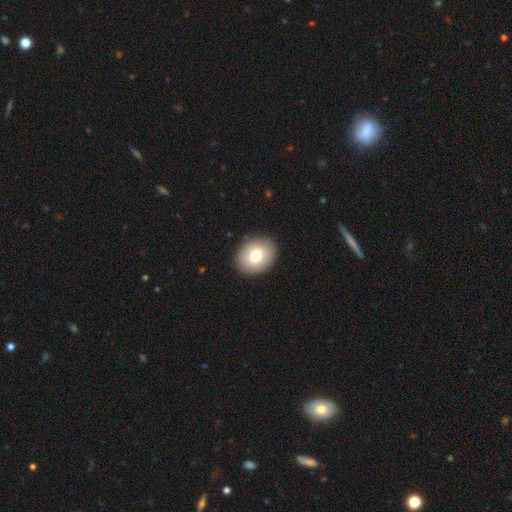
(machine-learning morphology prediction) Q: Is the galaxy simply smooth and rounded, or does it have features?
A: smooth — 74%.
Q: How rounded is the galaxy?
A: in between — 55%.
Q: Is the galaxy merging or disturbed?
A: none — 90%.